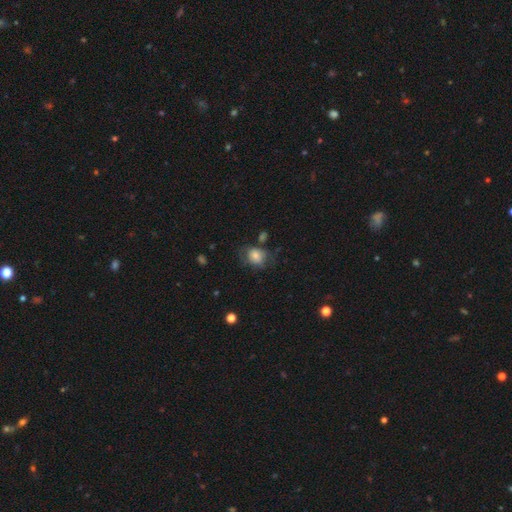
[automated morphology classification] The model was most divided on "how rounded": round: 55%, in between: 44%, cigar-shaped: 1%. More confident: smooth or featured — smooth (72%); merging — none (53%).